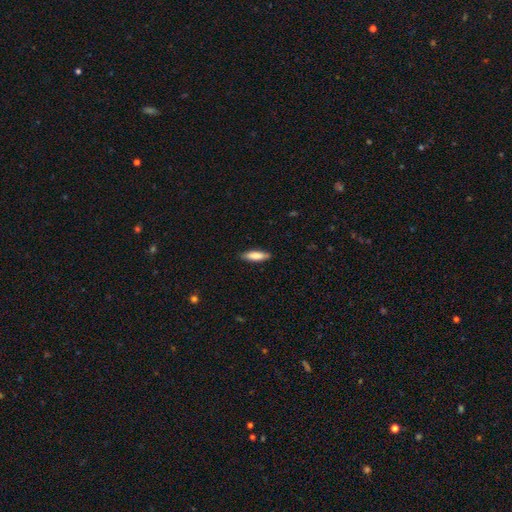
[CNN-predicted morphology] Smooth or featured: smooth — 82% (featured or disk — 12%)
How rounded: cigar-shaped — 59% (in between — 39%)
Merging: none — 87% (minor disturbance — 10%)